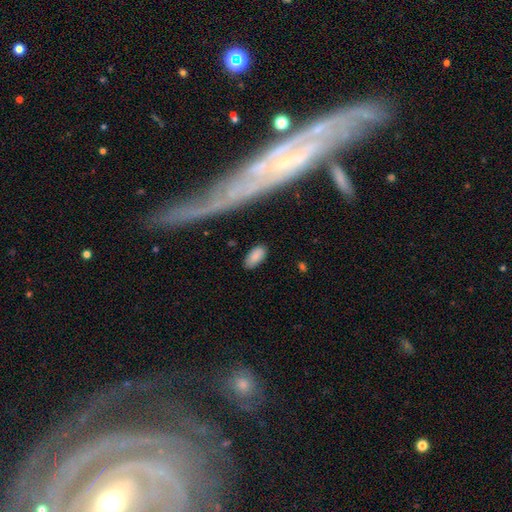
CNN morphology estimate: The model was most divided on "merging": none: 81%, minor disturbance: 13%, major disturbance: 3%, merger: 2%. More confident: how rounded — in between (94%); smooth or featured — smooth (85%).